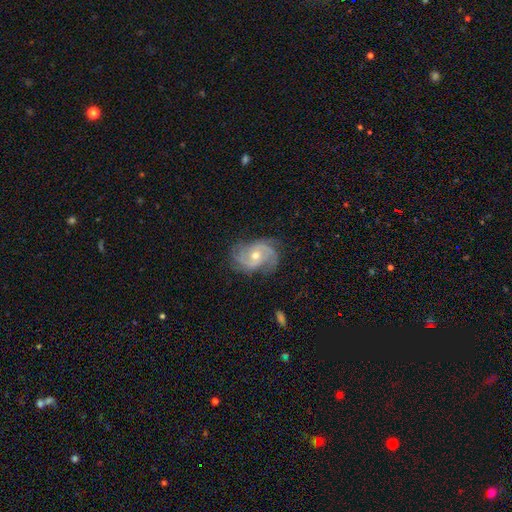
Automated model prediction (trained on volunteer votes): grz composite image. It shows a featured or disk galaxy (87%) with no bar (66%), 2 (36%) medium (43%, tied with tight) spiral arms (96%) and a moderate central bulge (59%). Merging: none (71%).